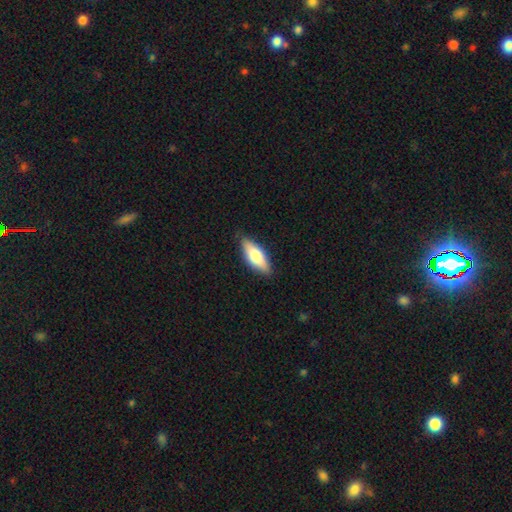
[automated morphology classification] Smooth or featured? smooth (71%)
How rounded? in between (72%)
Merging? none (85%)